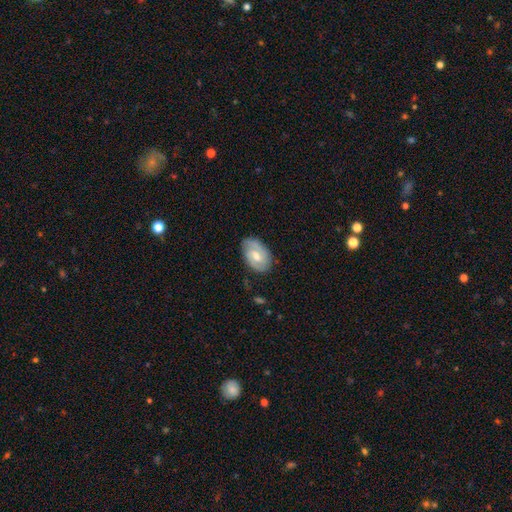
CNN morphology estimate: Q: Smooth or featured?
A: featured or disk (57%); runner-up: smooth (37%)
Q: Edge-on disk?
A: no (95%); runner-up: yes (5%)
Q: Bar?
A: weak (52%); runner-up: no (37%)
Q: Spiral arms?
A: yes (81%); runner-up: no (19%)
Q: Bulge size?
A: moderate (65%); runner-up: small (28%)
Q: Merging?
A: none (72%); runner-up: minor disturbance (22%)